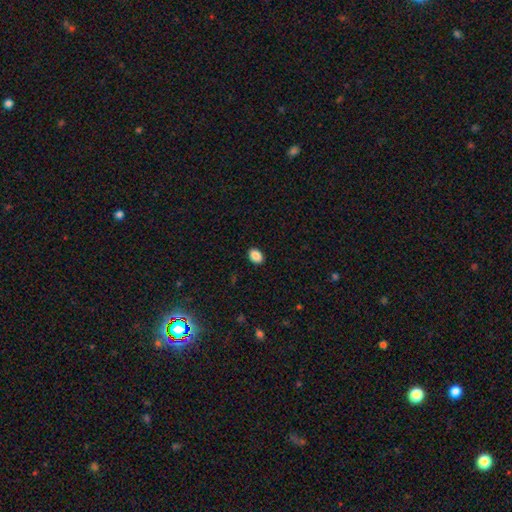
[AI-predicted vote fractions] A smooth galaxy with no disk features (88%) that is in between round and cigar-shaped (79%). Merging: none (91%).